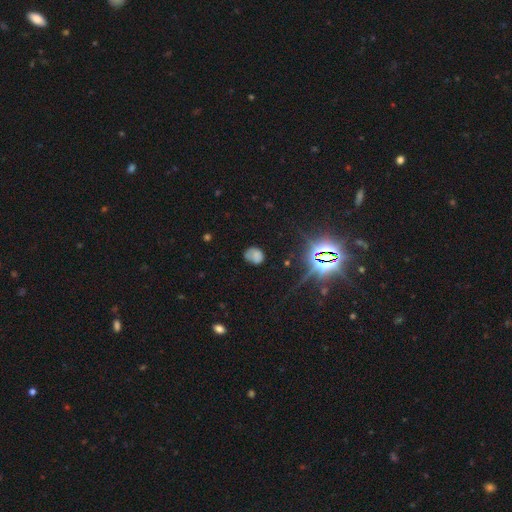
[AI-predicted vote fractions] smooth_or_featured: smooth (p=0.64) [alt: star or artifact p=0.20]
how_rounded: round (p=0.52) [alt: in between p=0.47]
merging: none (p=0.58) [alt: minor disturbance p=0.26]